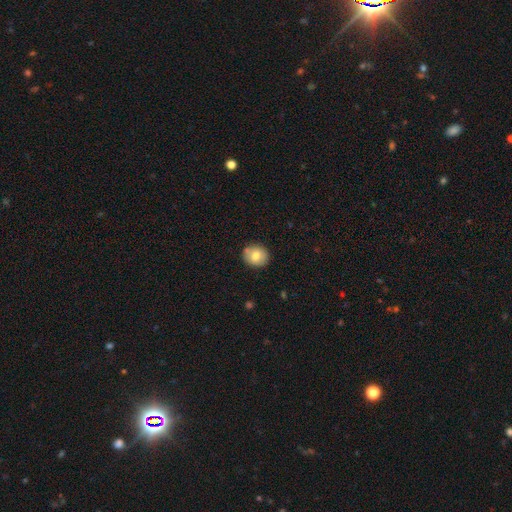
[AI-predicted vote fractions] Smooth or featured? Predicted: smooth (p=0.75). How rounded? Predicted: round (p=0.70). Merging? Predicted: none (p=0.84).